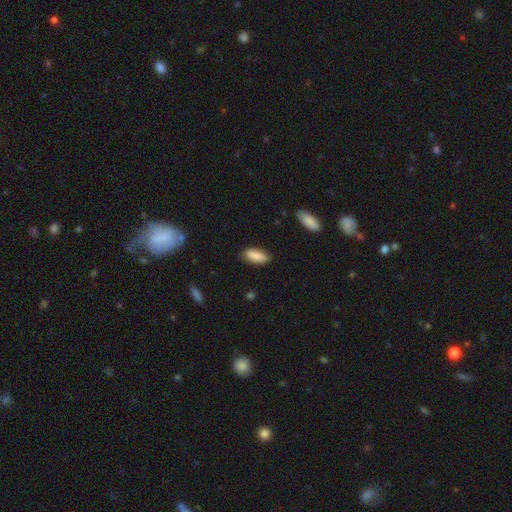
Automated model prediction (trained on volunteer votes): smooth_or_featured: smooth (p=0.86) [alt: featured or disk p=0.08]
how_rounded: in between (p=0.83) [alt: cigar-shaped p=0.15]
merging: none (p=0.81) [alt: minor disturbance p=0.15]